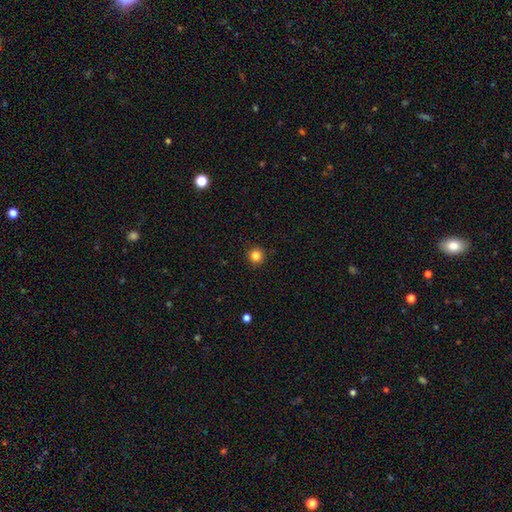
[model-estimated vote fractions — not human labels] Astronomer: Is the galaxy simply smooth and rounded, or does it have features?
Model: smooth — 84%.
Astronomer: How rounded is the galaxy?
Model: round — 95%.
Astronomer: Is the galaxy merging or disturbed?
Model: none — 91%.